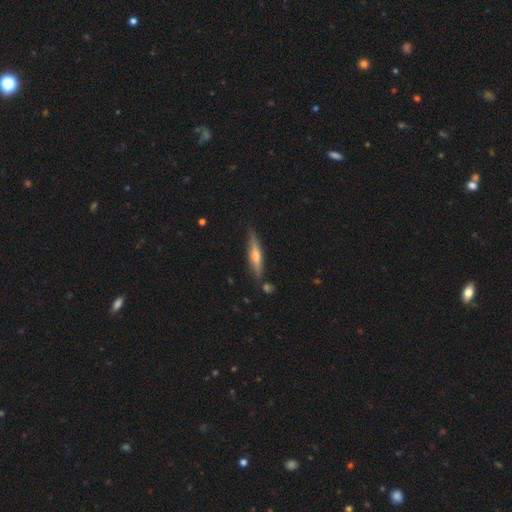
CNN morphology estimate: Q: Smooth or featured?
A: featured or disk (63%); runner-up: smooth (30%)
Q: Edge-on disk?
A: yes (95%); runner-up: no (5%)
Q: Edge-on bulge?
A: rounded (83%); runner-up: none (9%)
Q: Merging?
A: none (82%); runner-up: minor disturbance (11%)